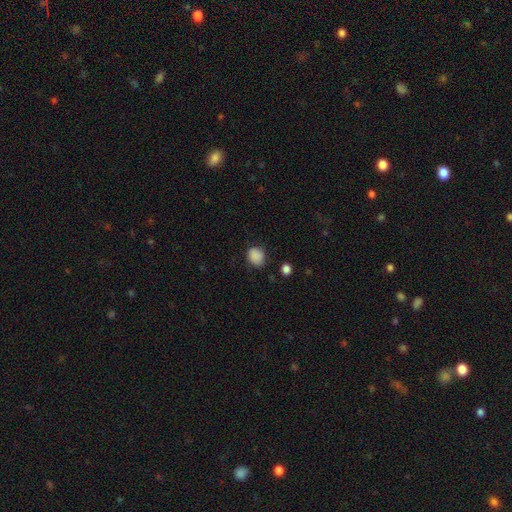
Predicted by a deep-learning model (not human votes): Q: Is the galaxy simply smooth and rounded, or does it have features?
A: smooth — 87%.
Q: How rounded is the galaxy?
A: round — 64%.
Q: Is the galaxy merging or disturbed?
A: none — 77%.